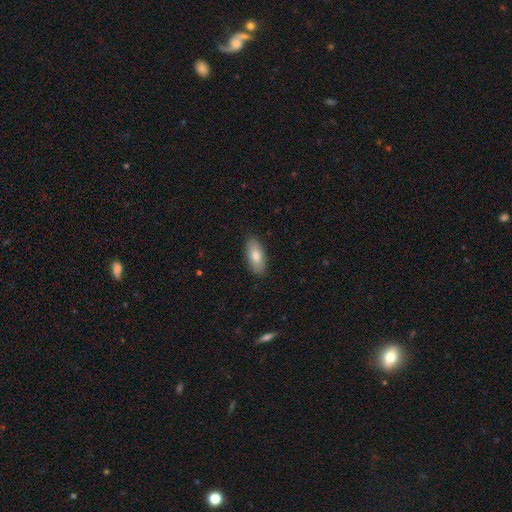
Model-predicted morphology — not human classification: This appears to be a smooth galaxy with no disk features (81%) that is in between round and cigar-shaped (87%). Merging: none (86%).